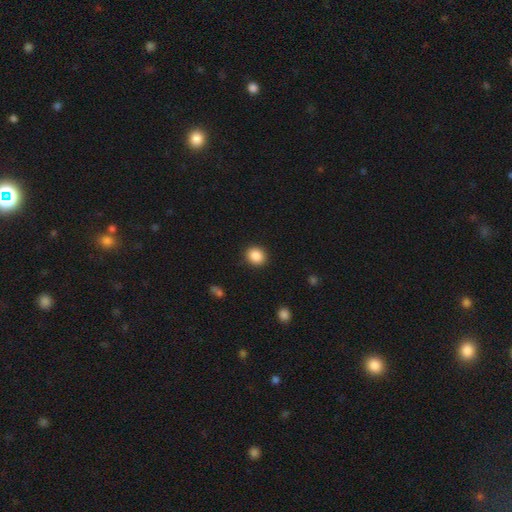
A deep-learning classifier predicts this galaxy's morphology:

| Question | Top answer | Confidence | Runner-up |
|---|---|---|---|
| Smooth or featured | smooth | 88% | star or artifact (9%) |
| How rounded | round | 72% | in between (27%) |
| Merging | none | 90% | minor disturbance (6%) |